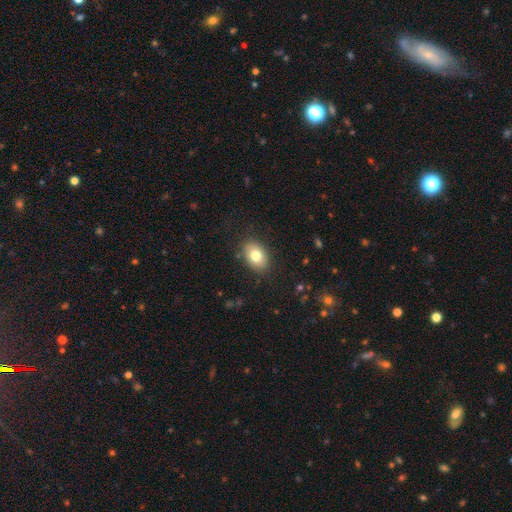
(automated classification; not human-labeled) This appears to be a smooth galaxy with no disk features (79%) that is in between round and cigar-shaped (82%). Merging: none (85%).